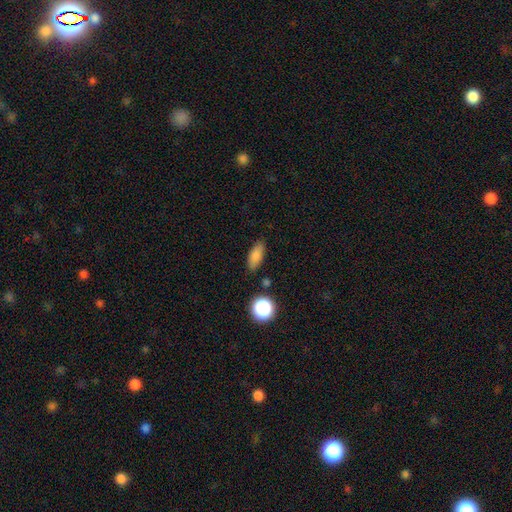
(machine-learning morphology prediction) This appears to be a smooth galaxy with no disk features (82%) that is in between round and cigar-shaped (73%). Merging: none (80%).